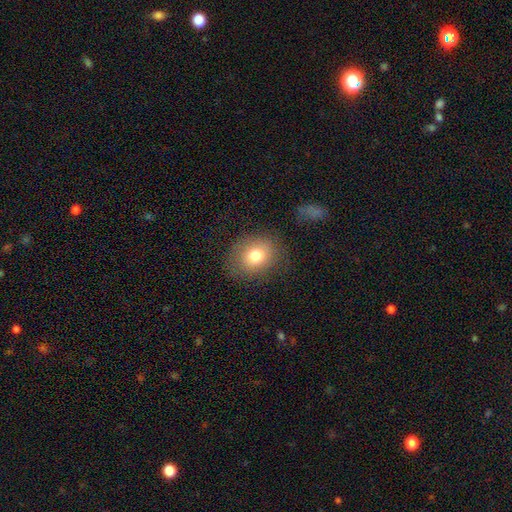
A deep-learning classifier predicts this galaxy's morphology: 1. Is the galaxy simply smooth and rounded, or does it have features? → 77% smooth, 12% featured or disk, 11% star or artifact.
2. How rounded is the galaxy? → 60% round, 40% in between, 1% cigar-shaped.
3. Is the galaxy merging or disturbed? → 80% none, 14% minor disturbance, 5% major disturbance, 1% merger.